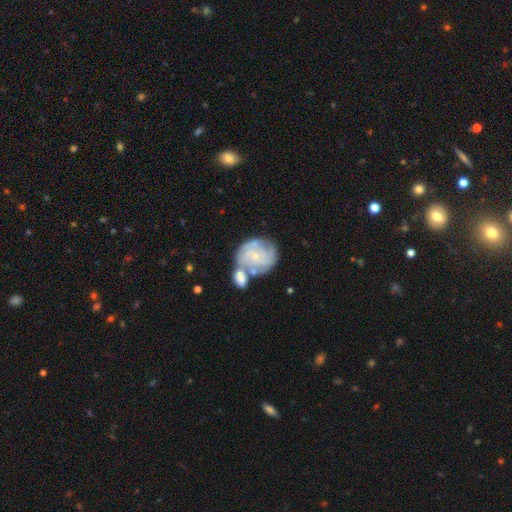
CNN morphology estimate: smooth_or_featured: featured or disk (p=0.68) [alt: smooth p=0.25]
disk_edge_on: no (p=0.98) [alt: yes p=0.02]
bar: no (p=0.68) [alt: weak p=0.27]
has_spiral_arms: yes (p=0.82) [alt: no p=0.18]
spiral_winding: tight (p=0.56) [alt: medium p=0.32]
spiral_arm_count: can't tell (p=0.40) [alt: 2 p=0.21]
bulge_size: small (p=0.74) [alt: moderate p=0.15]
merging: merger (p=0.39) [alt: none p=0.36]